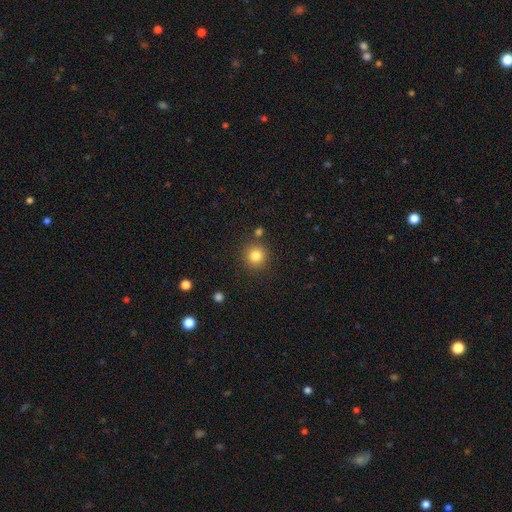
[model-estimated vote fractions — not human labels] A smooth galaxy with no disk features (82%) that is round (94%). Merging: none (86%).